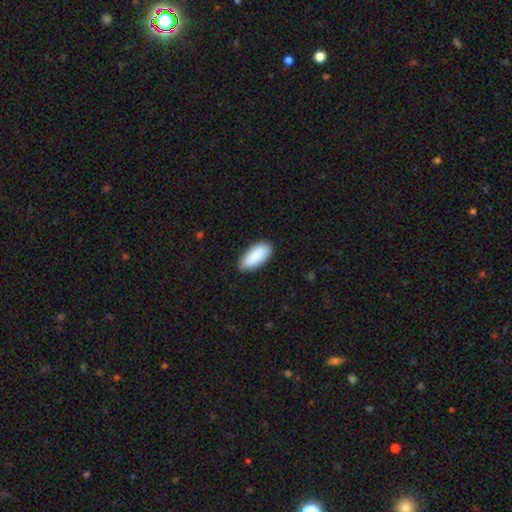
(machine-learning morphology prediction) smooth_or_featured: smooth (p=0.90) [alt: star or artifact p=0.06]
how_rounded: in between (p=0.91) [alt: cigar-shaped p=0.08]
merging: none (p=0.83) [alt: minor disturbance p=0.13]